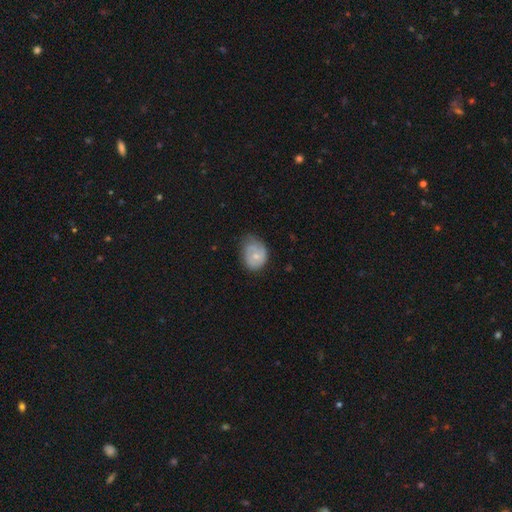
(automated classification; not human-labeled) smooth 49%, featured or disk 44%, star or artifact 6%. Down the decision tree: merging — none (49%).